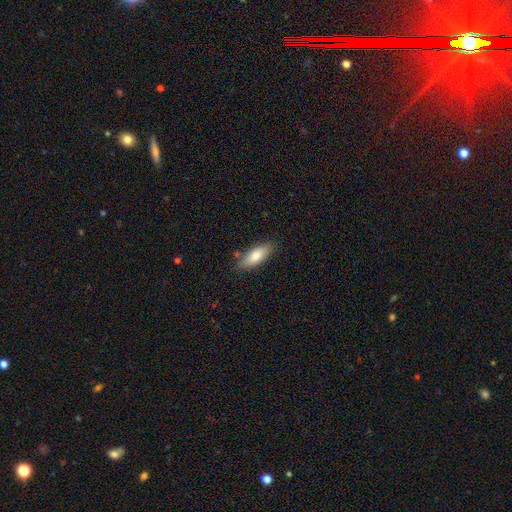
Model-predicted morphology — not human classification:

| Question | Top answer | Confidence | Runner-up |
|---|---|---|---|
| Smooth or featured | smooth | 80% | featured or disk (14%) |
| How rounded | in between | 68% | cigar-shaped (30%) |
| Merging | none | 81% | minor disturbance (13%) |